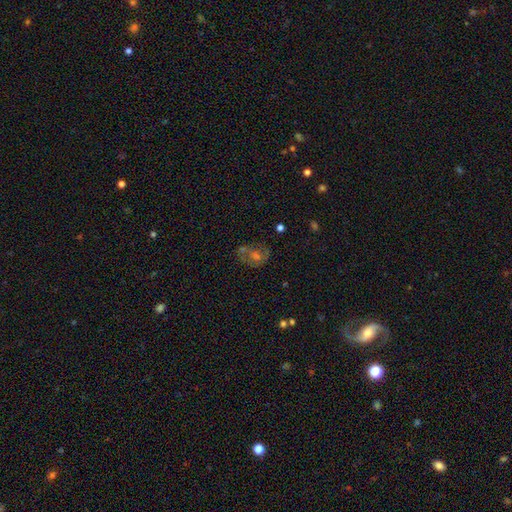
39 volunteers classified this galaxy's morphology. A featured or disk galaxy (59%) with no bar (55%), 2 (55%) medium (45%) spiral arms (50%, tied with no) and a moderate central bulge (68%).

Vote fractions:
- Smooth or featured? featured or disk: 59% / smooth: 38% / star or artifact: 3%
- Edge-on disk? no: 96% / yes: 4%
- Bar? no: 55% / weak: 32% / strong: 14%
- Spiral arms? yes: 50% (tied) / no: 50% (tied)
- Spiral winding? medium: 45% / loose: 36% / tight: 18%
- Spiral arm count? 2: 55% / can't tell: 36% / 1: 9% / 3: 0% / 4: 0% / more than 4: 0%
- Bulge size? moderate: 68% / small: 18% / dominant: 5% / large: 5% / none: 5%
- Merging? none: 61% / minor disturbance: 24% / major disturbance: 11% / merger: 5%